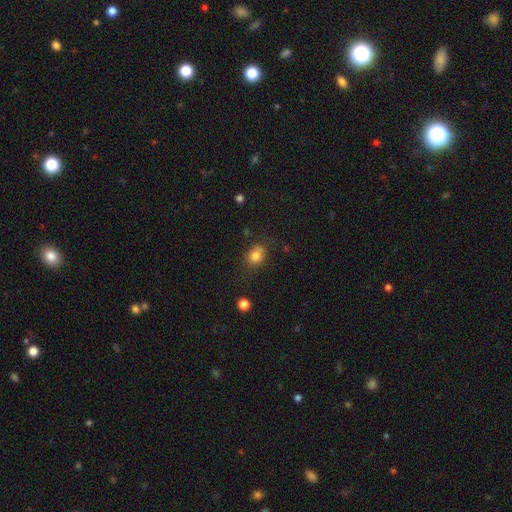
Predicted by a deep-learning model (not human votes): A smooth galaxy with no disk features (81%) that is round (53%).

Vote fractions:
- Smooth or featured? smooth: 81% / star or artifact: 11% / featured or disk: 8%
- How rounded? round: 53% / in between: 46% / cigar-shaped: 1%
- Merging? none: 64% / minor disturbance: 22% / merger: 7% / major disturbance: 7%